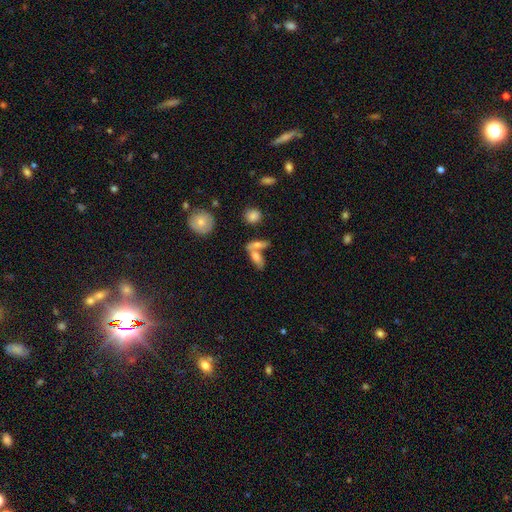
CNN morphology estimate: A smooth galaxy with no disk features (67%) that is in between round and cigar-shaped (67%). Merging: merger (51%).